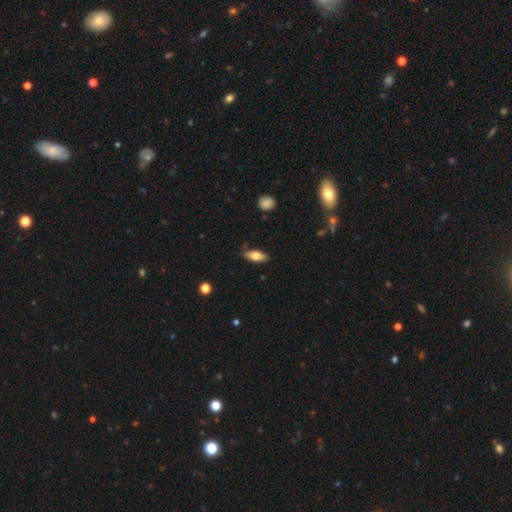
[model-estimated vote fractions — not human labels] Smooth or featured? smooth (73%)
How rounded? in between (81%)
Merging? none (83%)